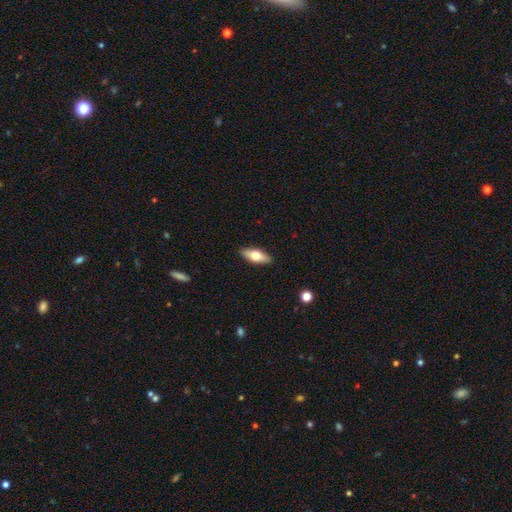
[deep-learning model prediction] A smooth galaxy with no disk features (67%) that is in between round and cigar-shaped (77%).

Vote fractions:
- Smooth or featured? smooth: 67% / featured or disk: 27% / star or artifact: 6%
- How rounded? in between: 77% / cigar-shaped: 20% / round: 3%
- Merging? none: 89% / minor disturbance: 8% / major disturbance: 2% / merger: 1%